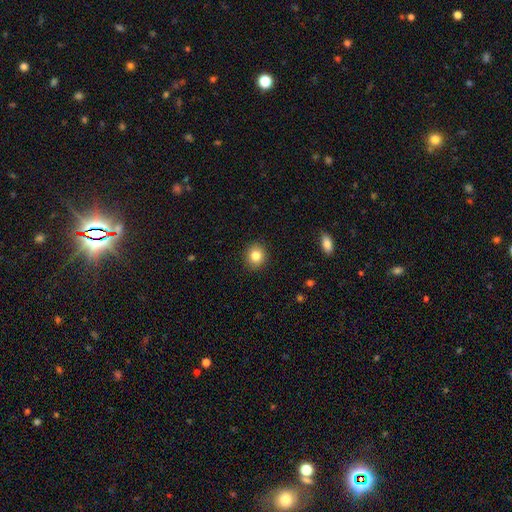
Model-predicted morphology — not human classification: Overall: smooth (82%). How rounded: round (85%). Merging: none (91%).